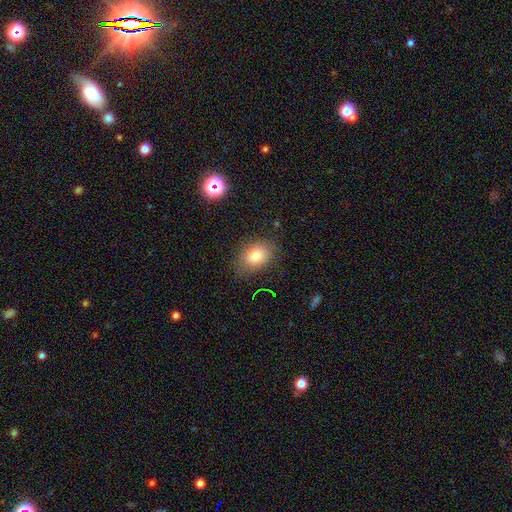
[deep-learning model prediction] This is likely a smooth galaxy (79%). How rounded: likely in between (69%). Merging: likely none (79%).